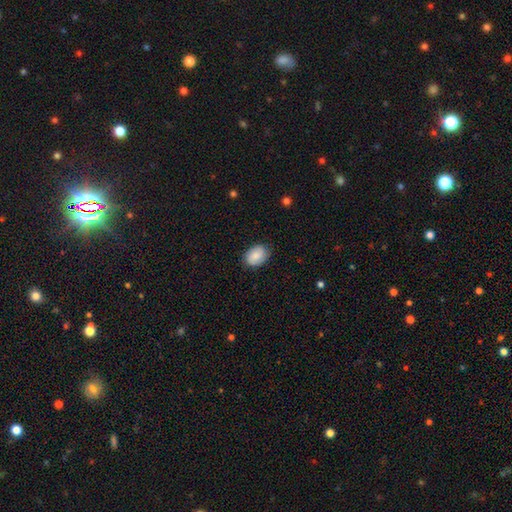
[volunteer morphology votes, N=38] smooth 76%, featured or disk 21%, star or artifact 3%. Down the decision tree: how rounded — in between (76%); merging — none (84%).